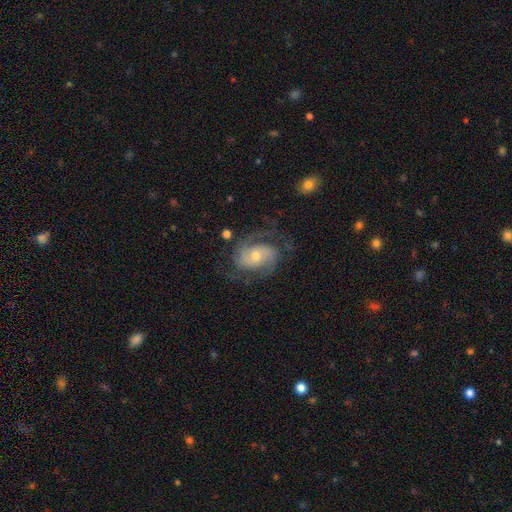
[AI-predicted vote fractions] Smooth or featured?
  - featured or disk: 83% *
  - smooth: 11%
  - star or artifact: 6%
Edge-on disk?
  - no: 97% *
  - yes: 3%
Bar?
  - no: 63% *
  - weak: 30%
  - strong: 7%
Spiral arms?
  - yes: 95% *
  - no: 5%
Spiral winding?
  - medium: 48% *
  - tight: 34%
  - loose: 18%
Spiral arm count?
  - 2: 68% *
  - 3: 12%
  - can't tell: 11%
  - 1: 3%
  - 4: 3%
  - more than 4: 2%
Bulge size?
  - moderate: 48% *
  - small: 46%
  - large: 3%
  - none: 2%
  - dominant: 1%
Merging?
  - none: 67% *
  - minor disturbance: 18%
  - major disturbance: 13%
  - merger: 2%